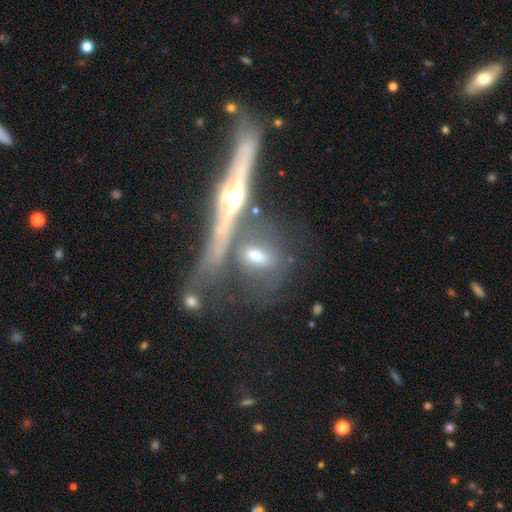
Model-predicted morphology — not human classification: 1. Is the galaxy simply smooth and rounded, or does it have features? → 51% featured or disk, 37% smooth, 12% star or artifact.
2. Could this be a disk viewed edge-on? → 70% yes, 30% no.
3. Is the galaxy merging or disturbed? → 45% none, 27% merger, 16% minor disturbance, 12% major disturbance.